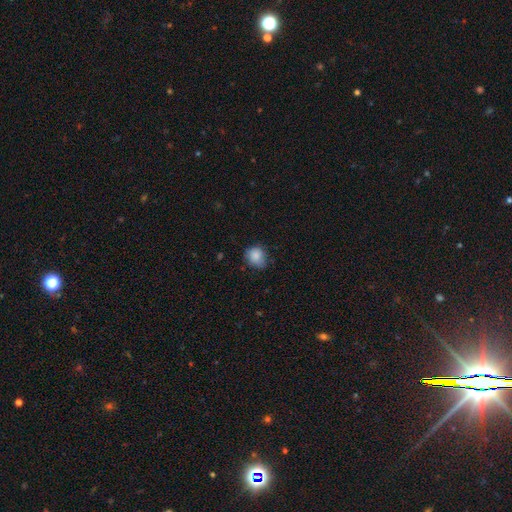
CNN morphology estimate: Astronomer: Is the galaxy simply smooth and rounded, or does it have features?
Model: smooth — 84%.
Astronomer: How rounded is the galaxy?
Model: round — 68%.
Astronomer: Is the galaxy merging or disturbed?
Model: none — 59%.